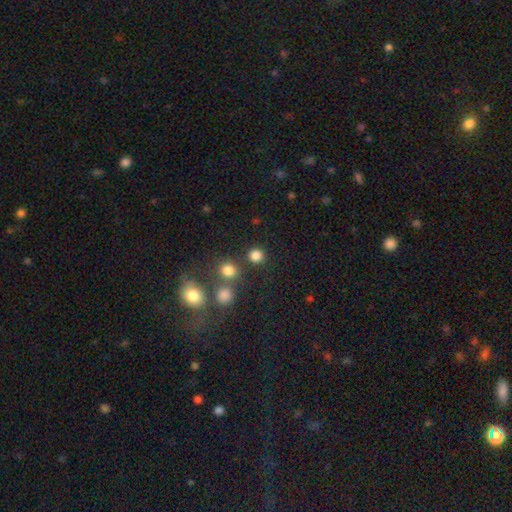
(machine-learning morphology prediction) This is clearly a smooth galaxy (81%). How rounded: clearly round (91%). Merging: clearly none (81%).